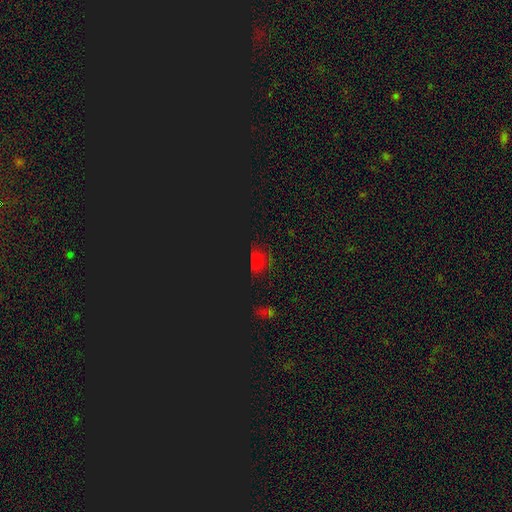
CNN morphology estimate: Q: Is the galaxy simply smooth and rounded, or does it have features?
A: star or artifact — 66%.